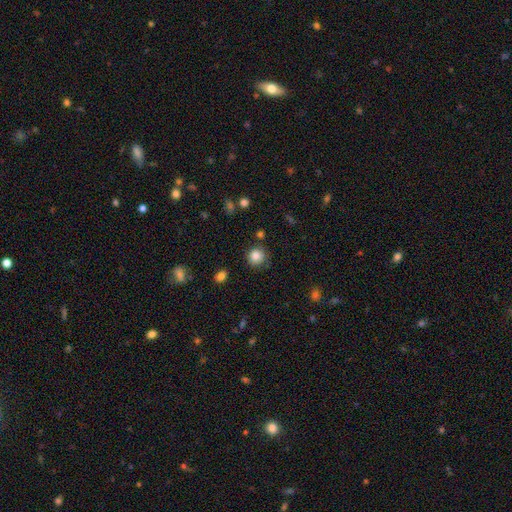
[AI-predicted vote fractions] This appears to be a smooth galaxy with no disk features (84%) that is round (91%). Merging: none (79%).